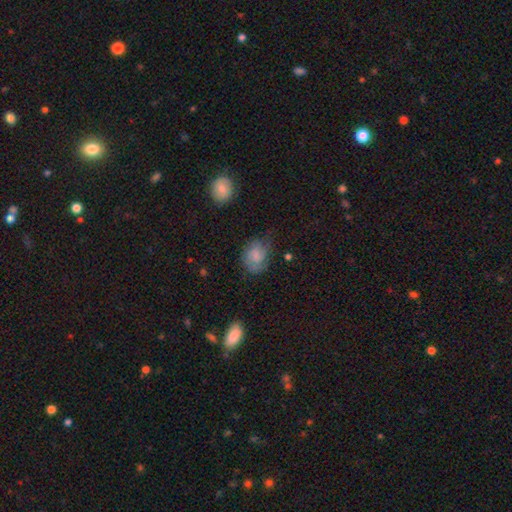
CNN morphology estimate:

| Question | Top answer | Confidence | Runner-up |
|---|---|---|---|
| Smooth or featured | smooth | 64% | featured or disk (27%) |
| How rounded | in between | 58% | round (41%) |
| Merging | none | 49% | minor disturbance (31%) |